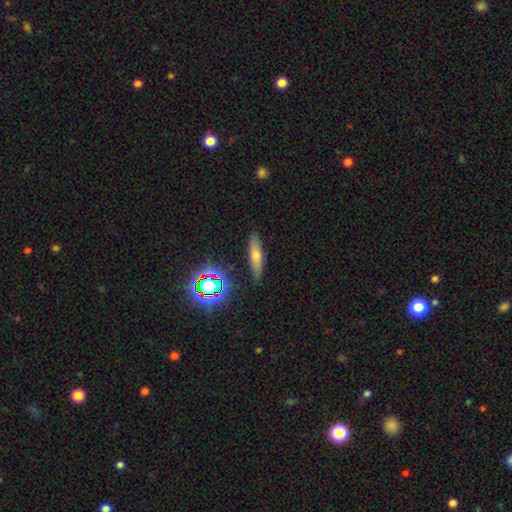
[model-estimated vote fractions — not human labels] Smooth or featured?
  - smooth: 56% *
  - featured or disk: 26%
  - star or artifact: 18%
How rounded?
  - cigar-shaped: 70% *
  - in between: 25%
  - round: 4%
Merging?
  - none: 85% *
  - minor disturbance: 11%
  - major disturbance: 3%
  - merger: 2%